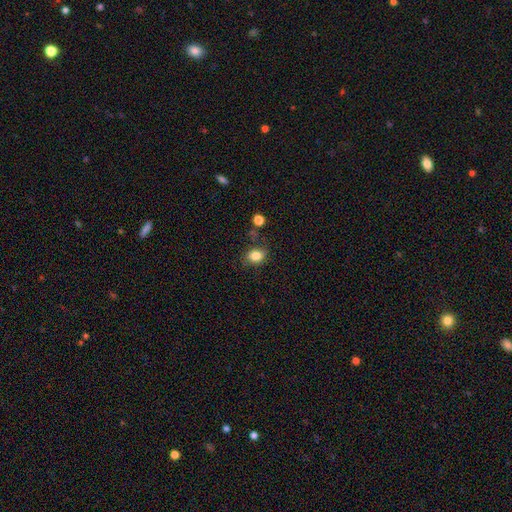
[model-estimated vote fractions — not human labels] A smooth galaxy with no disk features (84%) that is in between round and cigar-shaped (54%).

Vote fractions:
- Smooth or featured? smooth: 84% / star or artifact: 10% / featured or disk: 6%
- How rounded? in between: 54% / round: 45% / cigar-shaped: 1%
- Merging? none: 76% / minor disturbance: 16% / major disturbance: 4% / merger: 4%